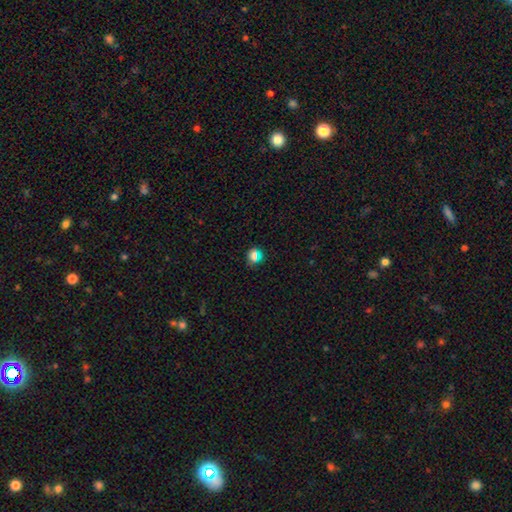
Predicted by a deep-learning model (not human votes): This appears to be a smooth galaxy with no disk features (67%) that is round (84%). Merging: none (87%).